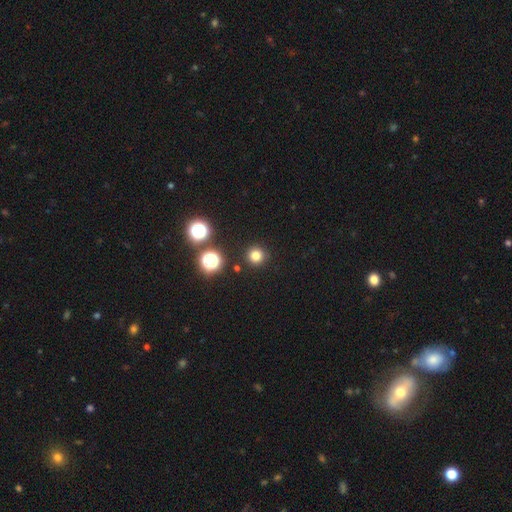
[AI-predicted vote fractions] Overall: smooth (77%). How rounded: round (95%). Merging: none (91%).